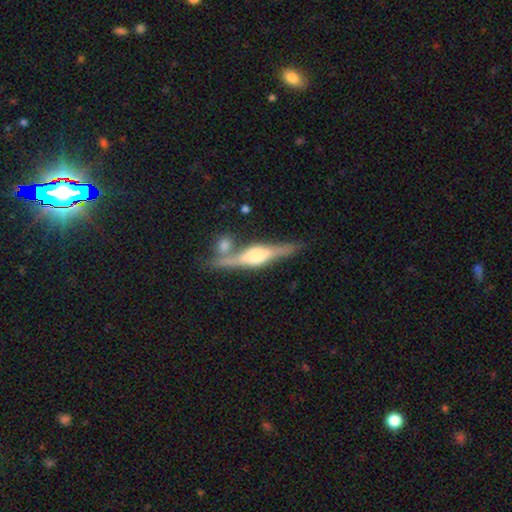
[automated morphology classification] The model was most divided on "edge-on bulge": rounded: 73%, boxy: 23%, none: 4%. More confident: edge-on disk — yes (95%); smooth or featured — featured or disk (78%); merging — none (66%).